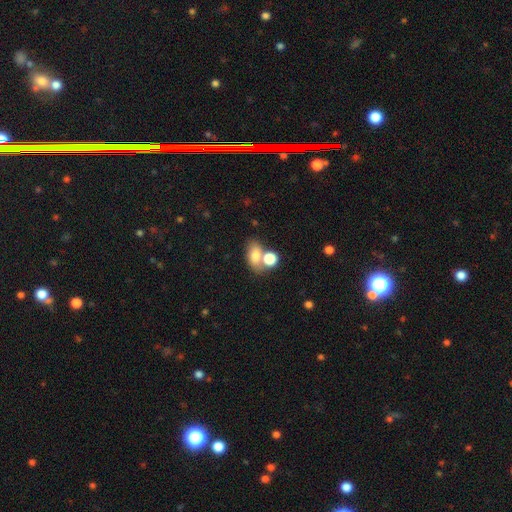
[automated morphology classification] This is likely a smooth galaxy (75%). How rounded: likely in between (78%). Merging: marginally none (44%).